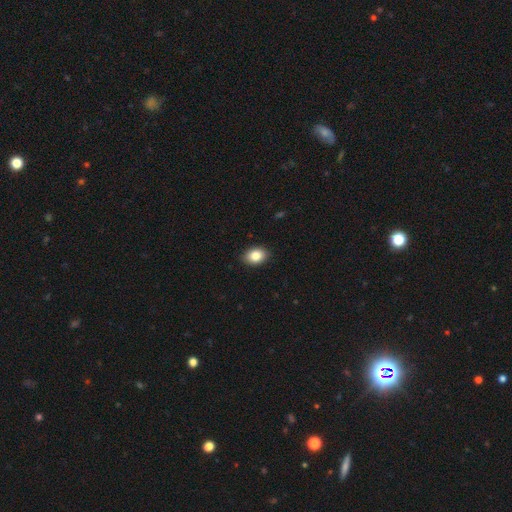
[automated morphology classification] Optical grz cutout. It shows a smooth galaxy with no disk features (85%) that is in between round and cigar-shaped (75%). Merging: none (88%).